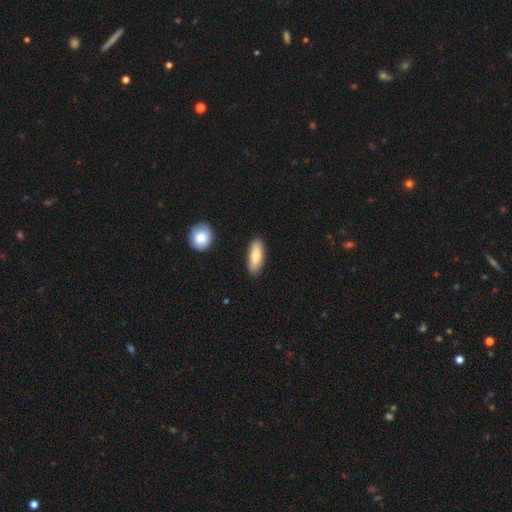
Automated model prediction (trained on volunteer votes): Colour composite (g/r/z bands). It shows a smooth galaxy with no disk features (77%) that is in between round and cigar-shaped (74%). Merging: none (86%).